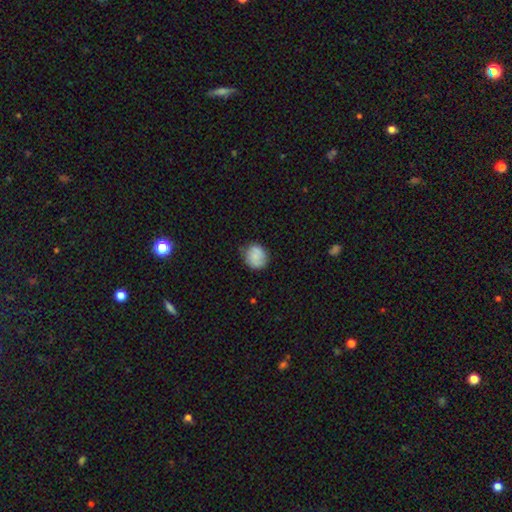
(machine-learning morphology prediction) A smooth galaxy with no disk features (73%) that is round (79%).

Vote fractions:
- Smooth or featured? smooth: 73% / featured or disk: 19% / star or artifact: 8%
- How rounded? round: 79% / in between: 20% / cigar-shaped: 1%
- Merging? none: 74% / minor disturbance: 20% / major disturbance: 5% / merger: 2%